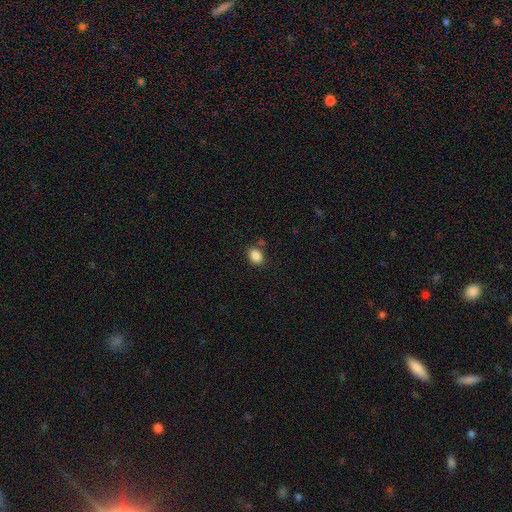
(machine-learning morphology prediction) Smooth or featured?
  - smooth: 87% *
  - star or artifact: 9%
  - featured or disk: 4%
How rounded?
  - in between: 68% *
  - round: 31%
  - cigar-shaped: 1%
Merging?
  - none: 79% *
  - minor disturbance: 12%
  - merger: 6%
  - major disturbance: 3%